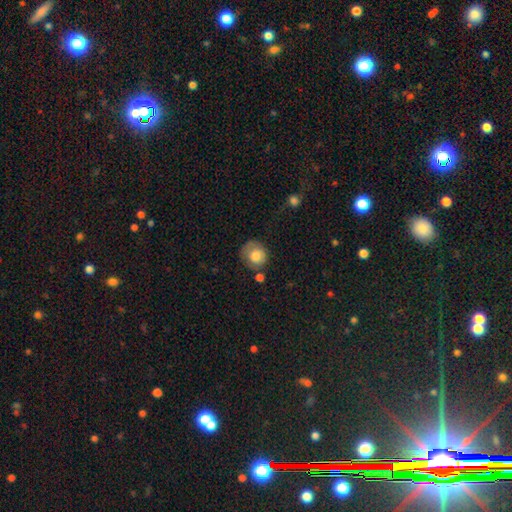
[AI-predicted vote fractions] A smooth galaxy with no disk features (74%) that is round (83%).

Vote fractions:
- Smooth or featured? smooth: 74% / featured or disk: 18% / star or artifact: 8%
- How rounded? round: 83% / in between: 16% / cigar-shaped: 1%
- Merging? none: 56% / minor disturbance: 26% / major disturbance: 11% / merger: 7%